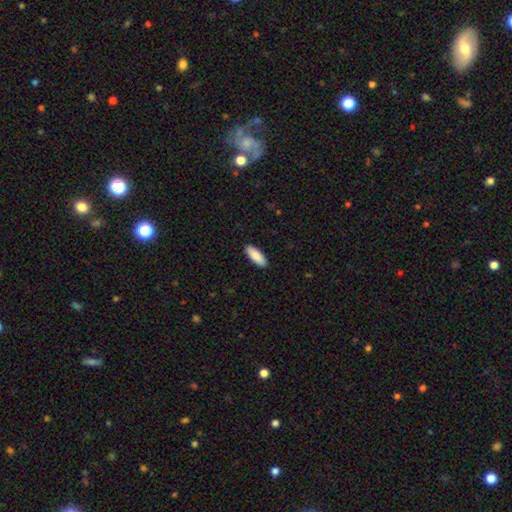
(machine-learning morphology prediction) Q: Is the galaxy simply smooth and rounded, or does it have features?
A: smooth — 89%.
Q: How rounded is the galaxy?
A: in between — 60%.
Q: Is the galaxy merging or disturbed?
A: none — 91%.